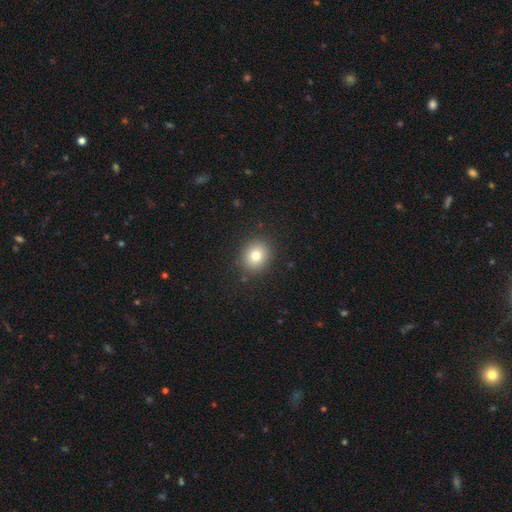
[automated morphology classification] smooth-or-featured: smooth: 78% | star or artifact: 12% | featured or disk: 10%
  how-rounded: round: 73% | in between: 26% | cigar-shaped: 1%
  merging: none: 88% | minor disturbance: 8% | major disturbance: 3% | merger: 1%